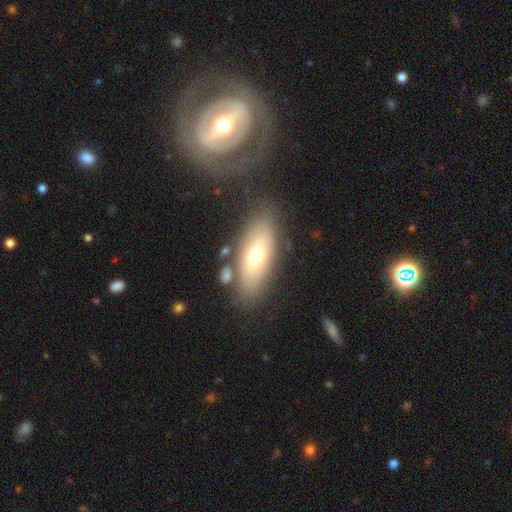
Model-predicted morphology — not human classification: This appears to be a smooth galaxy with no disk features (59%) that is in between round and cigar-shaped (77%). Merging: none (72%).